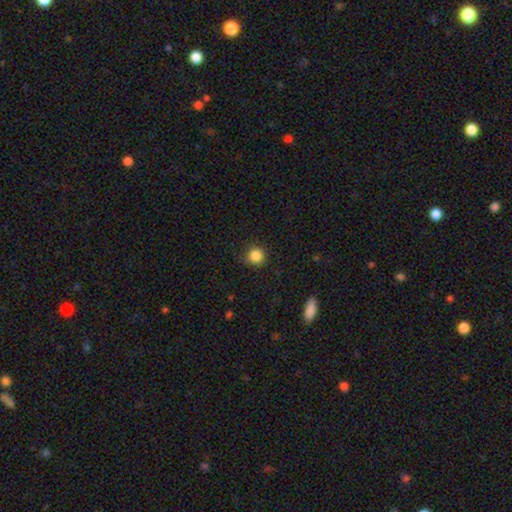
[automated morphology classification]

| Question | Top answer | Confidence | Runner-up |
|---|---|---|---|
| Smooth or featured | smooth | 85% | star or artifact (11%) |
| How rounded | round | 93% | in between (6%) |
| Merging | none | 86% | minor disturbance (11%) |